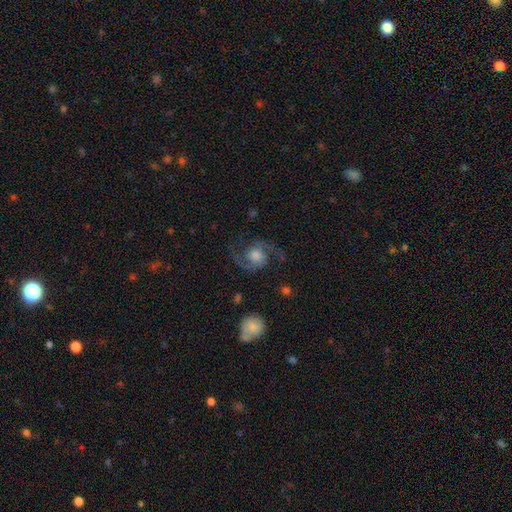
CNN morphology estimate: Smooth or featured? featured or disk (88%)
Edge-on disk? no (98%)
Bar? no (70%)
Spiral arms? yes (98%)
Spiral winding? medium (54%)
Spiral arm count? 2 (94%)
Bulge size? moderate (51%)
Merging? none (78%)